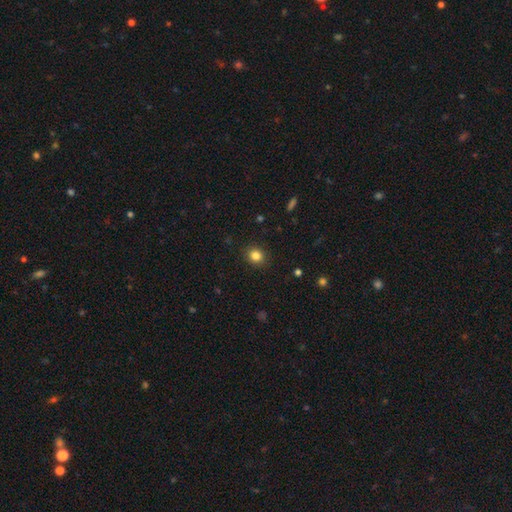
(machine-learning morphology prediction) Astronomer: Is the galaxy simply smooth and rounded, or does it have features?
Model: smooth — 83%.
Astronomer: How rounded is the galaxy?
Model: round — 78%.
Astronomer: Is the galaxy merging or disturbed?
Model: none — 90%.